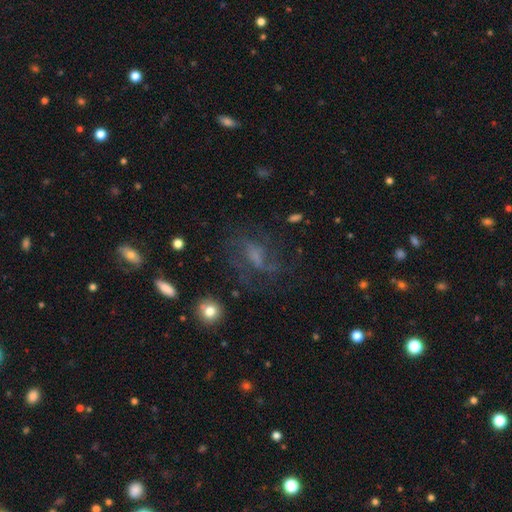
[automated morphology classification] This is possibly a featured or disk galaxy (57%). It is clearly not viewed edge-on (94%). Bar: marginally no (44%). Spiral arm pattern: likely yes (77%). Central bulge: marginally none (39%). Merging: possibly none (55%).